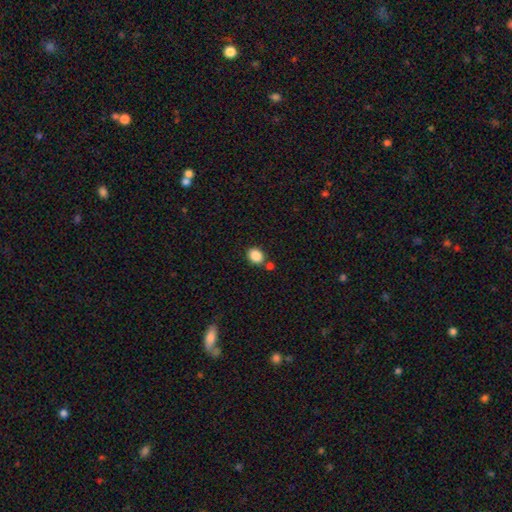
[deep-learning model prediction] smooth-or-featured: smooth: 87% | star or artifact: 9% | featured or disk: 4%
  how-rounded: in between: 52% | round: 47% | cigar-shaped: 1%
  merging: none: 74% | merger: 13% | minor disturbance: 10% | major disturbance: 3%